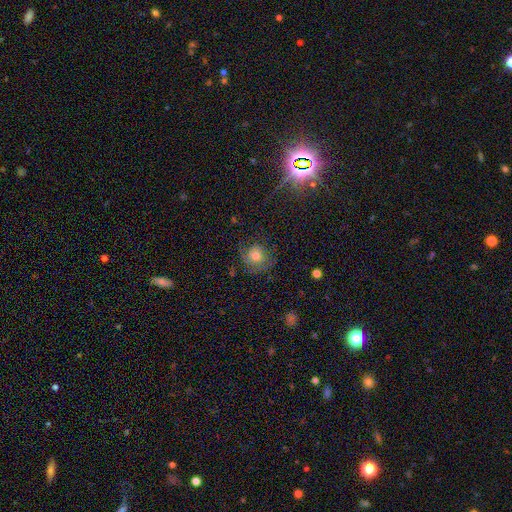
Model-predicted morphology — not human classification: smooth_or_featured: smooth (p=0.55) [alt: featured or disk p=0.31]
how_rounded: round (p=0.81) [alt: in between p=0.17]
merging: none (p=0.62) [alt: minor disturbance p=0.20]